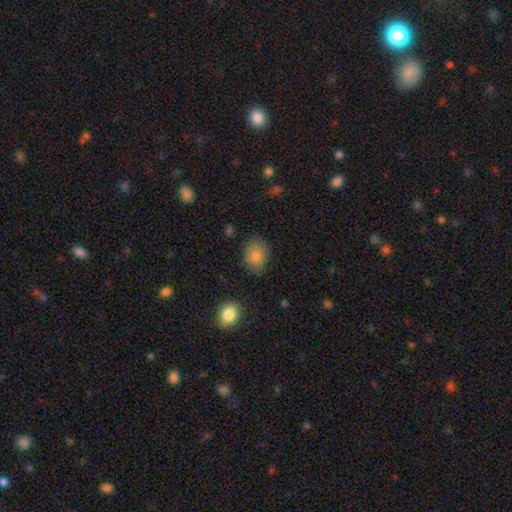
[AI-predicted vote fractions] This is clearly a smooth galaxy (84%). How rounded: likely in between (63%). Merging: likely none (72%).